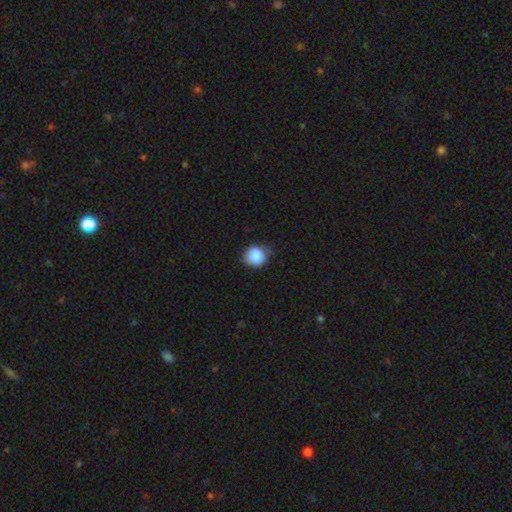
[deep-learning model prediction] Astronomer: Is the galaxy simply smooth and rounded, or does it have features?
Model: smooth — 88%.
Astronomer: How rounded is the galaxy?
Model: round — 89%.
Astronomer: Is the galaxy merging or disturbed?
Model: none — 77%.